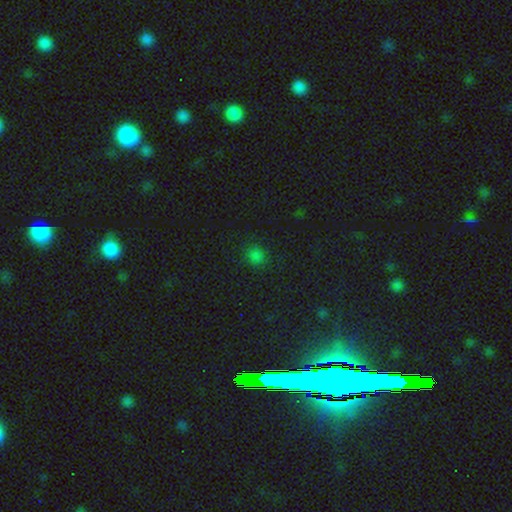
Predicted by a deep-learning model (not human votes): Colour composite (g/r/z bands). It shows a smooth galaxy with no disk features (69%) that is round (80%). Merging: none (83%).